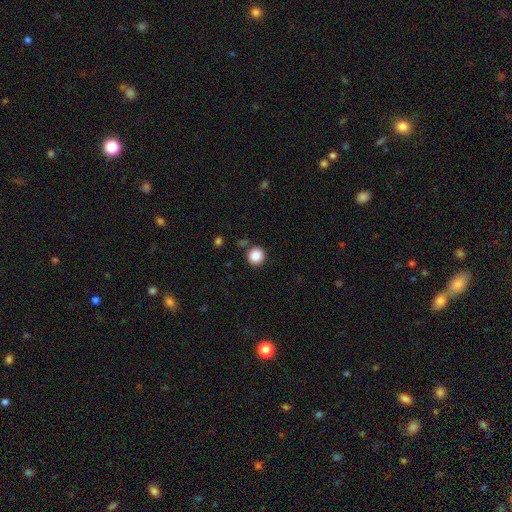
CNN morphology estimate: Smooth or featured: smooth — 87% (star or artifact — 10%)
How rounded: round — 94% (in between — 5%)
Merging: none — 87% (minor disturbance — 7%)